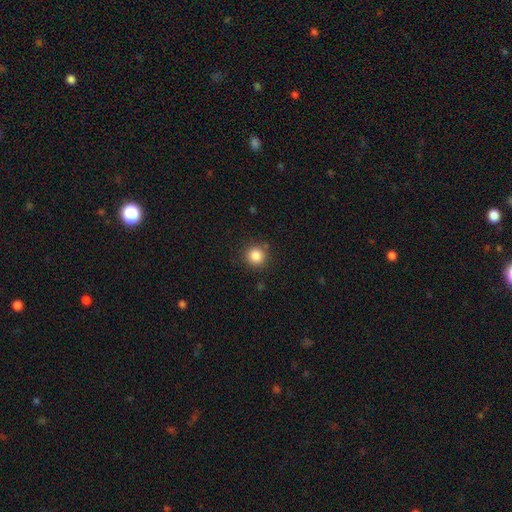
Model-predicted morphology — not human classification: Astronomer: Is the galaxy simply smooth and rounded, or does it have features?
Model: smooth — 85%.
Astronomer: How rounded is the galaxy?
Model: round — 93%.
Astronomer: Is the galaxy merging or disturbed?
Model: none — 87%.